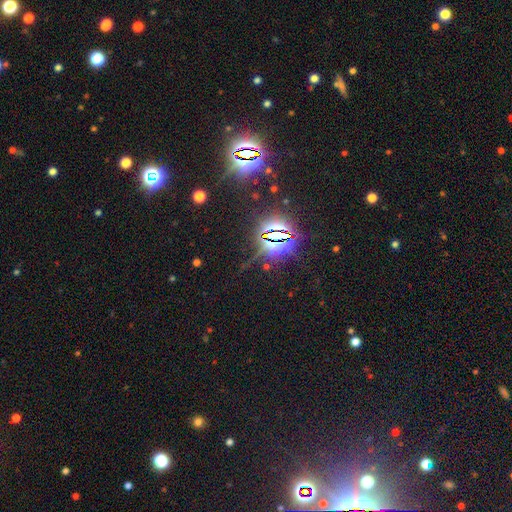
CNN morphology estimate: Smooth or featured? star or artifact (85%)